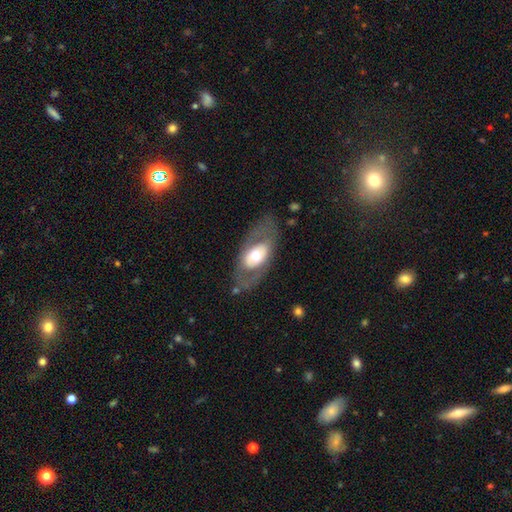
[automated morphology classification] This appears to be a featured or disk galaxy (54%). Merging: none (74%).